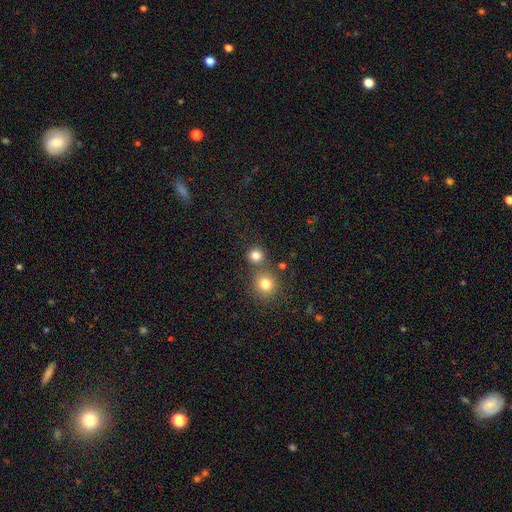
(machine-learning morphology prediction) smooth 81%, star or artifact 13%, featured or disk 5%. Down the decision tree: how rounded — round (90%); merging — none (68%).